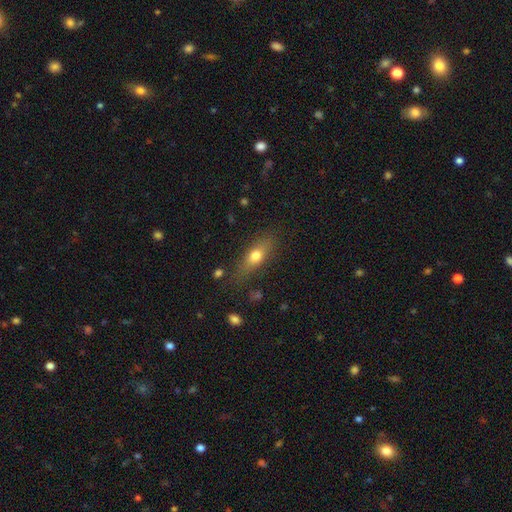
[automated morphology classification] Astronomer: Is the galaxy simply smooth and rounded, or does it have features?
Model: smooth — 67%.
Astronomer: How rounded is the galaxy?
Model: in between — 57% (runner-up: cigar-shaped, 35%).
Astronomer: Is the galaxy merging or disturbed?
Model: none — 71%.